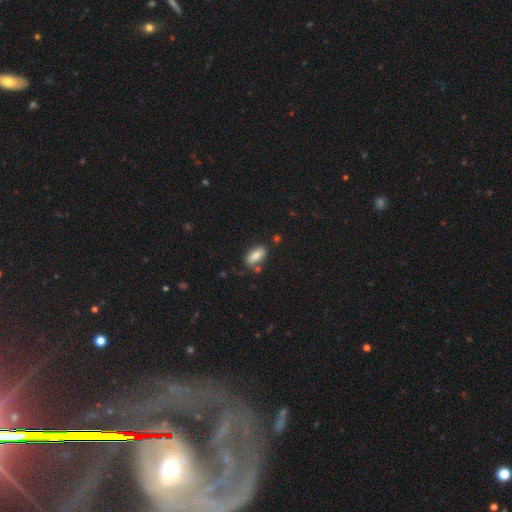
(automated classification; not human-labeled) Q: Smooth or featured?
A: smooth (84%); runner-up: featured or disk (9%)
Q: How rounded?
A: in between (83%); runner-up: cigar-shaped (15%)
Q: Merging?
A: none (77%); runner-up: minor disturbance (14%)